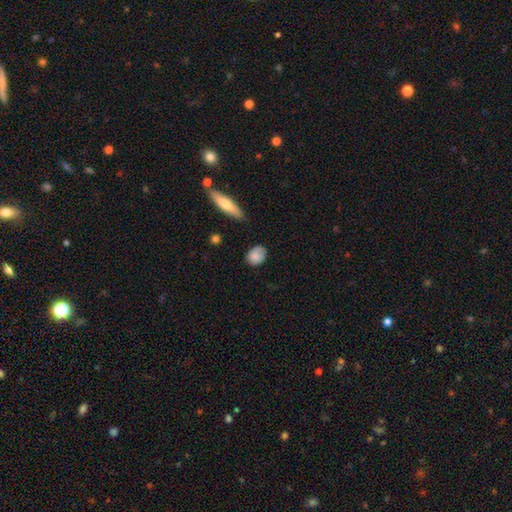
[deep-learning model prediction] Smooth or featured? Predicted: smooth (p=0.84). How rounded? Predicted: in between (p=0.53). Merging? Predicted: none (p=0.69).